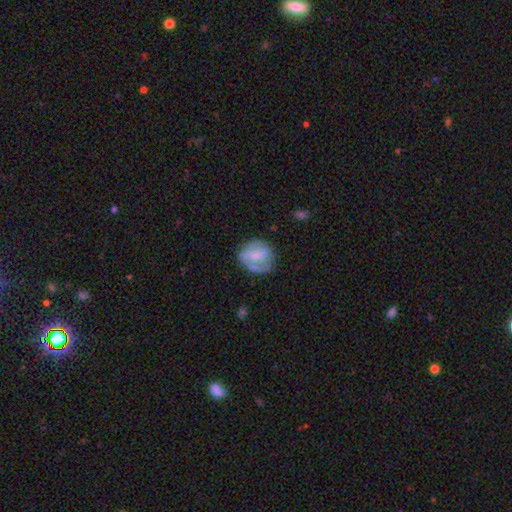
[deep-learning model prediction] smooth-or-featured: featured or disk: 50% | smooth: 43% | star or artifact: 7%
  merging: none: 59% | minor disturbance: 24% | major disturbance: 13% | merger: 4%